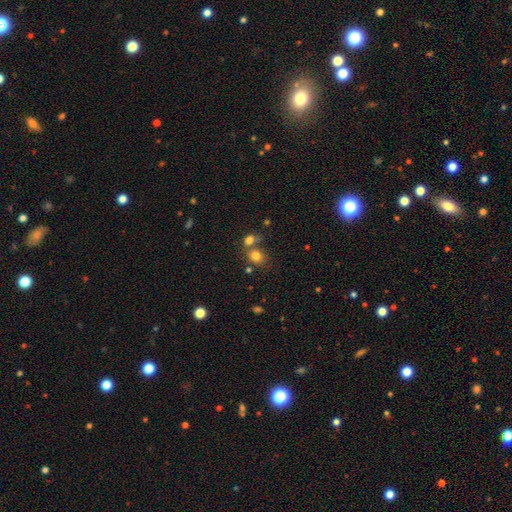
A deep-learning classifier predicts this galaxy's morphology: Smooth or featured? smooth (79%)
How rounded? round (62%)
Merging? none (53%)